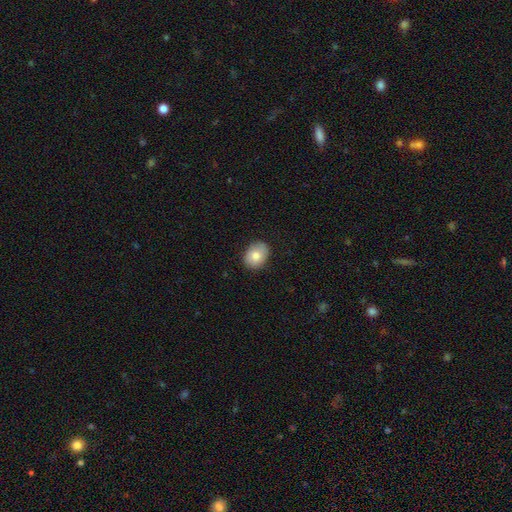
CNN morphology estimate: Smooth or featured? smooth (79%)
How rounded? in between (55%)
Merging? none (83%)